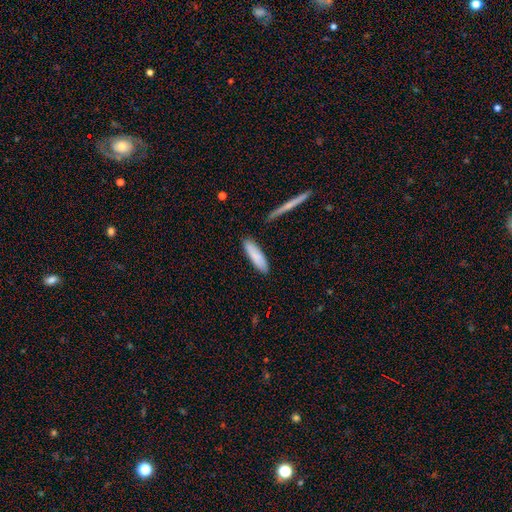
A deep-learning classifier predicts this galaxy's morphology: The model was most divided on "how rounded": cigar-shaped: 62%, in between: 36%, round: 1%. More confident: merging — none (85%); smooth or featured — smooth (83%).